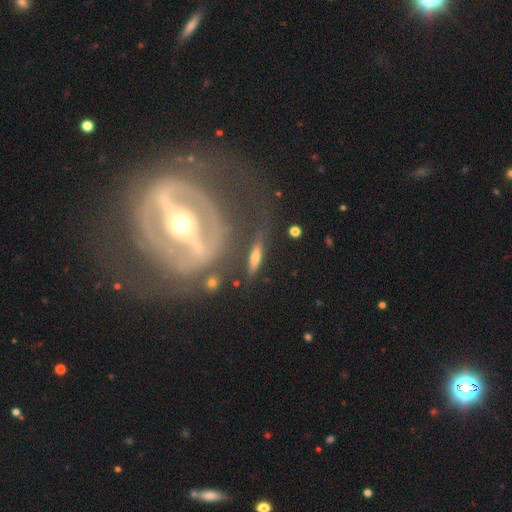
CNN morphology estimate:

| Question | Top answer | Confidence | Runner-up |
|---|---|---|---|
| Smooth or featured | smooth | 50% | featured or disk (41%) |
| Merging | none | 73% | minor disturbance (15%) |